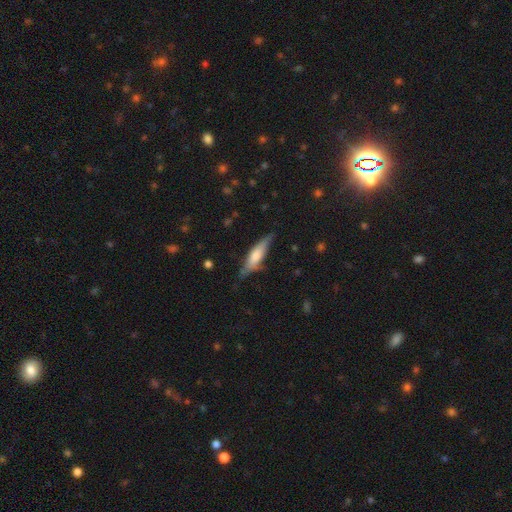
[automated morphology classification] Q: Smooth or featured?
A: smooth (55%); runner-up: featured or disk (39%)
Q: How rounded?
A: cigar-shaped (68%); runner-up: in between (30%)
Q: Merging?
A: none (69%); runner-up: minor disturbance (24%)